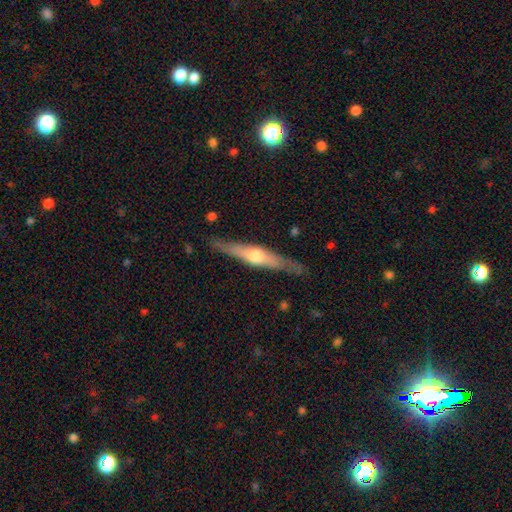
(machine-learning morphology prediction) A featured or disk galaxy (69%) viewed edge-on (95%) with a rounded central bulge (88%).

Vote fractions:
- Smooth or featured? featured or disk: 69% / smooth: 26% / star or artifact: 5%
- Edge-on disk? yes: 95% / no: 5%
- Edge-on bulge? rounded: 88% / boxy: 6% / none: 5%
- Merging? none: 86% / minor disturbance: 11% / major disturbance: 2% / merger: 1%